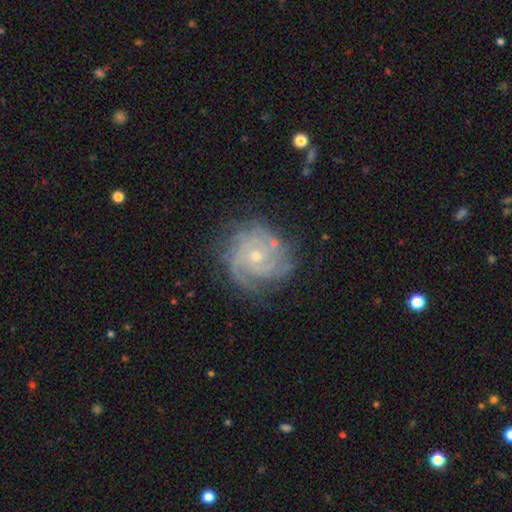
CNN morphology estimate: A featured or disk galaxy (86%) with no bar (77%), tight (69%) spiral arms (96%) and a small central bulge (67%). Merging: none (72%).